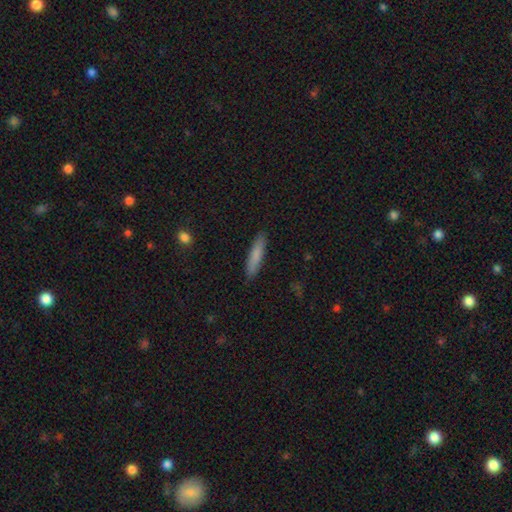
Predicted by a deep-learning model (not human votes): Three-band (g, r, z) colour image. It shows a smooth galaxy with no disk features (81%) that is cigar-shaped (85%). Merging: none (89%).